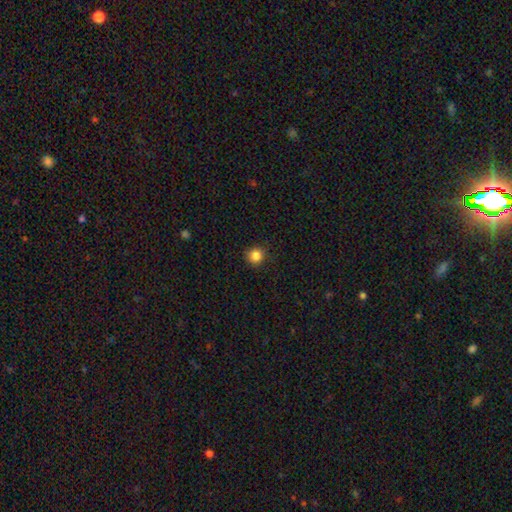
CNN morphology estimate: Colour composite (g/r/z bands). It shows a smooth galaxy with no disk features (85%) that is round (93%). Merging: none (89%).